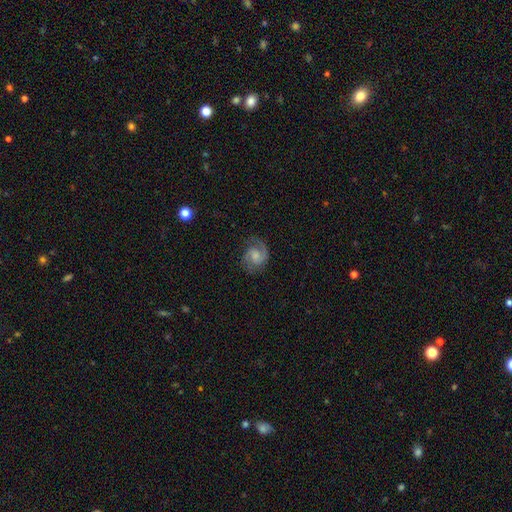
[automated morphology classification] This is clearly a featured or disk galaxy (81%). It is clearly not viewed edge-on (98%). Bar: possibly no (53%). Spiral arm pattern: clearly yes (97%). Spiral arm count: clearly 2 (85%). Spiral winding: possibly medium (53%). Central bulge: marginally moderate (39%). Merging: likely none (77%).